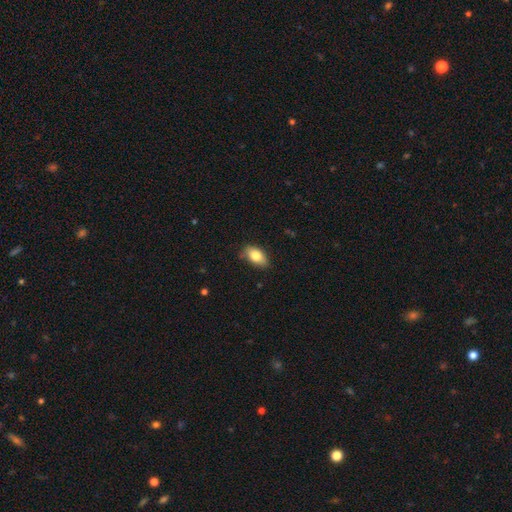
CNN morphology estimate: Smooth or featured: smooth — 81% (featured or disk — 12%)
How rounded: in between — 89% (round — 8%)
Merging: none — 73% (minor disturbance — 22%)